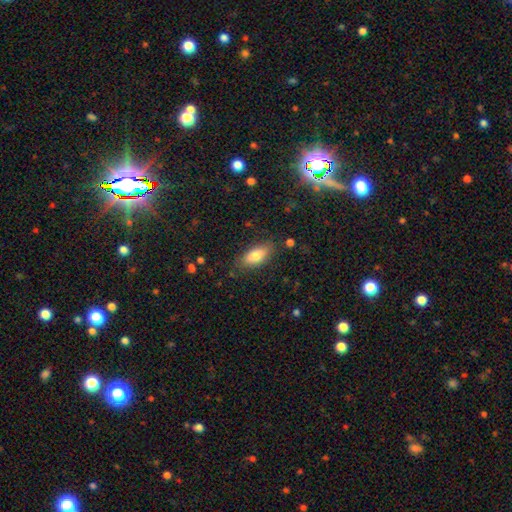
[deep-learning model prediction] Q: Smooth or featured?
A: smooth (78%); runner-up: featured or disk (15%)
Q: How rounded?
A: in between (83%); runner-up: cigar-shaped (14%)
Q: Merging?
A: none (81%); runner-up: minor disturbance (13%)